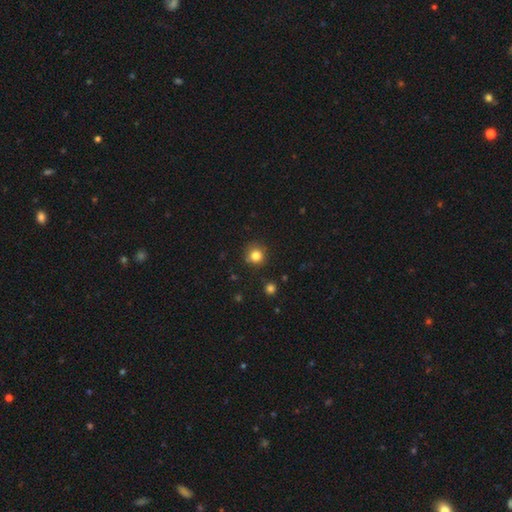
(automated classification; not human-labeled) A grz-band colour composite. It shows a smooth galaxy with no disk features (81%) that is round (92%). Merging: none (84%).